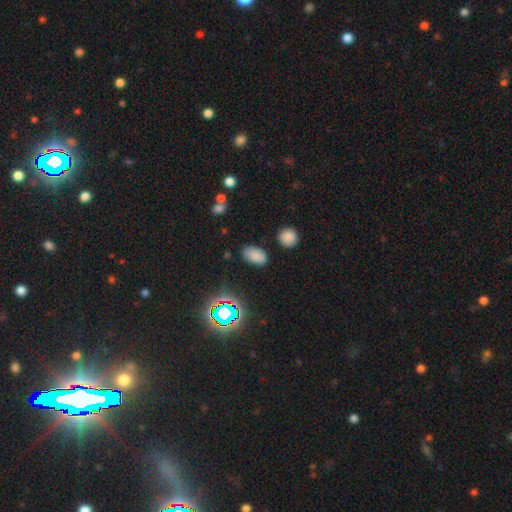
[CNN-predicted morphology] Overall: smooth (78%). How rounded: in between (92%). Merging: none (81%).